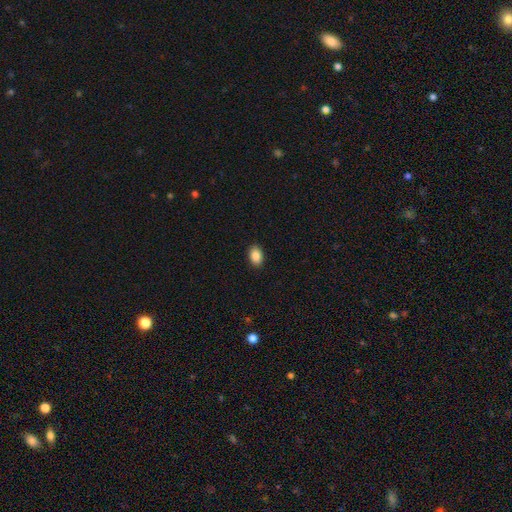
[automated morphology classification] type=smooth (88%); roundness=in between (84%); merging=none (90%).